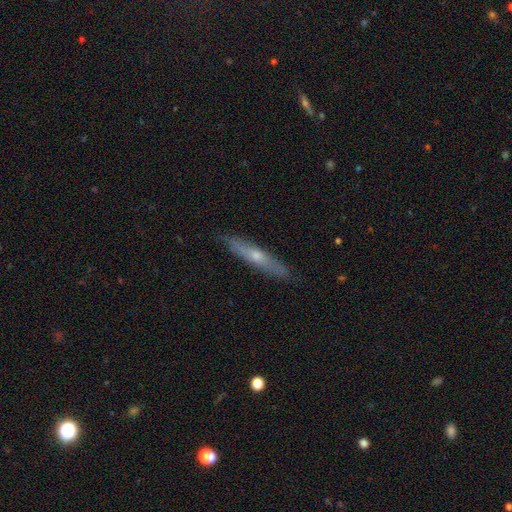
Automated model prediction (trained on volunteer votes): A featured or disk galaxy (53%) viewed edge-on (83%). Merging: none (85%).